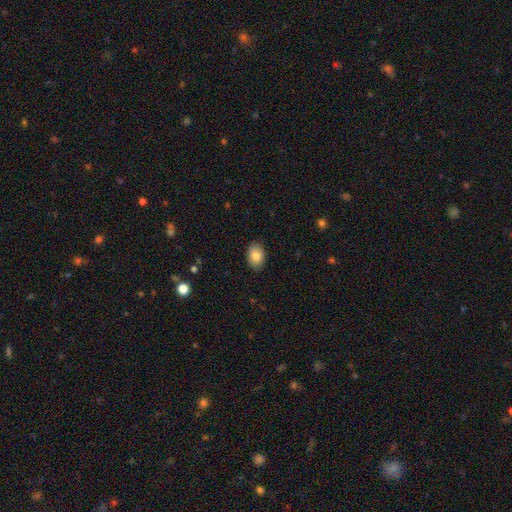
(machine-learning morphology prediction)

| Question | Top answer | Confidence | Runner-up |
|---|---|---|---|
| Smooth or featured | smooth | 85% | featured or disk (7%) |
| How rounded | in between | 83% | round (16%) |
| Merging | none | 88% | minor disturbance (9%) |